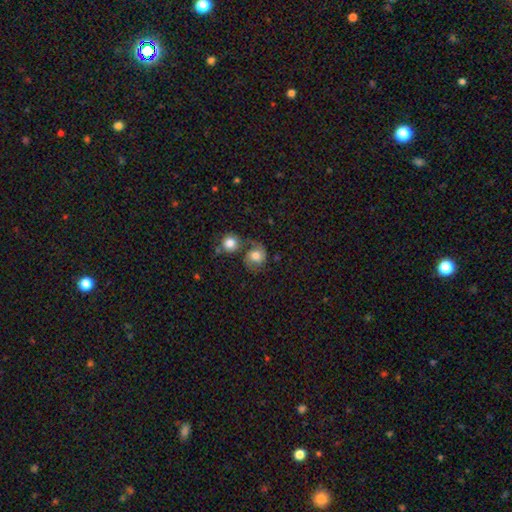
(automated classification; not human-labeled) Smooth or featured? Predicted: smooth (p=0.48). Merging? Predicted: none (p=0.49).